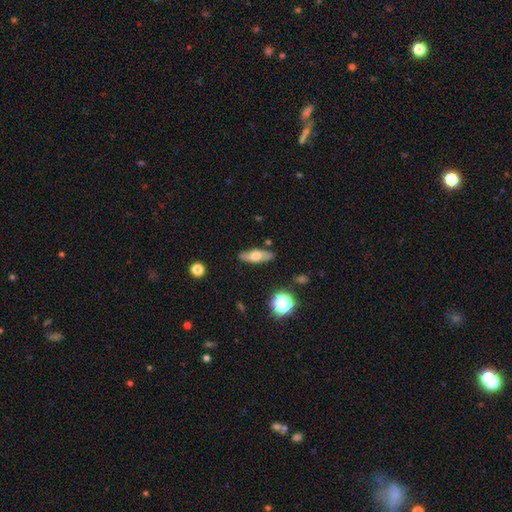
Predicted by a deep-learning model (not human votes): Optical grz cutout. It shows a smooth galaxy with no disk features (54%) that is in between round and cigar-shaped (59%). Merging: none (84%).